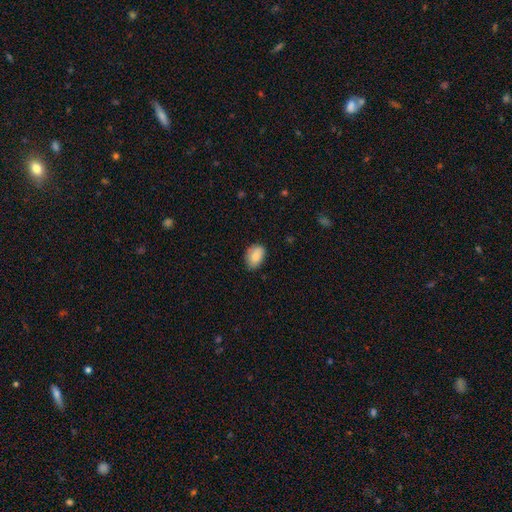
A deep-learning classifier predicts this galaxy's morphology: Smooth or featured? Predicted: smooth (p=0.86). How rounded? Predicted: in between (p=0.79). Merging? Predicted: none (p=0.74).